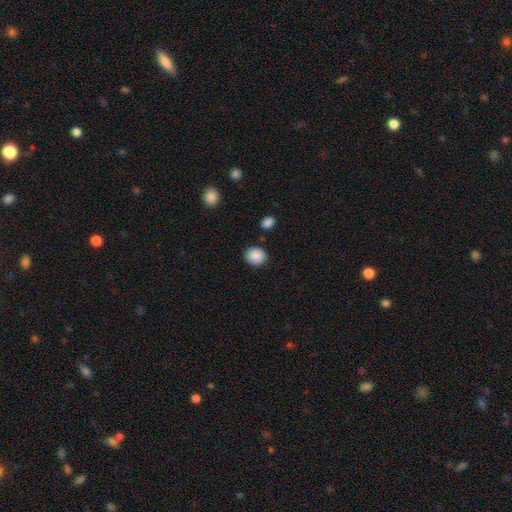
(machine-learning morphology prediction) Smooth or featured: smooth — 88% (star or artifact — 8%)
How rounded: round — 73% (in between — 26%)
Merging: none — 86% (minor disturbance — 9%)